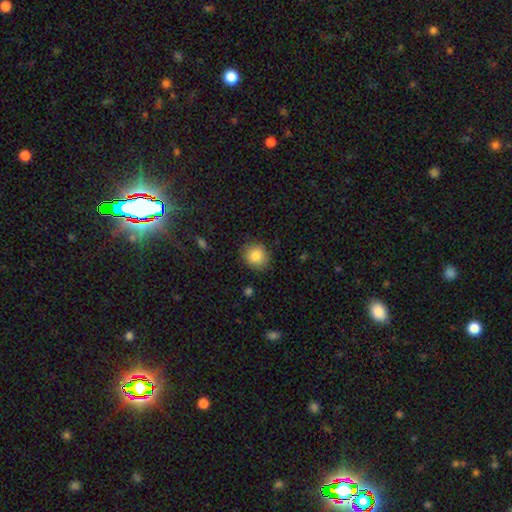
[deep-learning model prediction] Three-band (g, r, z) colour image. It shows a smooth galaxy with no disk features (85%) that is round (81%). Merging: none (87%).